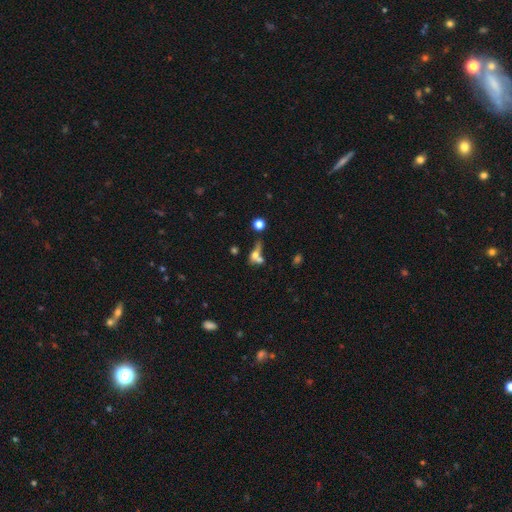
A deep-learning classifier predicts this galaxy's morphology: type=smooth (55%); roundness=in between (45%); merging=merger (49%).